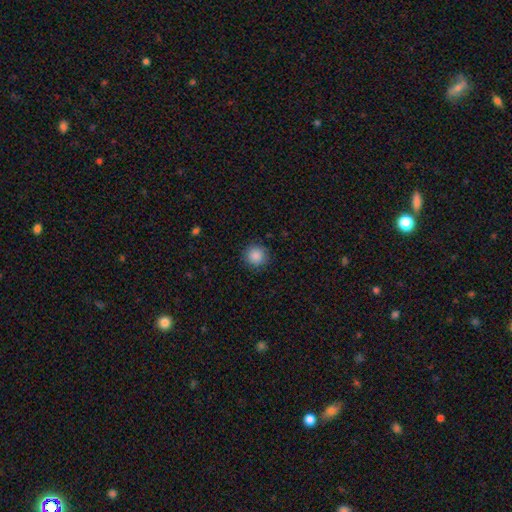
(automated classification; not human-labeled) This appears to be a smooth galaxy with no disk features (87%) that is round (94%). Merging: none (89%).